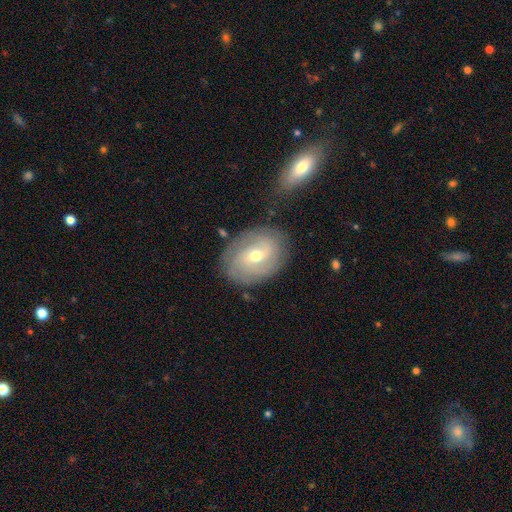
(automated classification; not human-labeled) The model was most divided on "bar": no: 45%, weak: 44%, strong: 12%. Remaining: edge-on disk — no (95%); spiral arms — yes (83%); merging — none (76%); smooth or featured — featured or disk (69%); bulge size — moderate (59%); spiral winding — tight (56%); spiral arm count — 2 (45%).